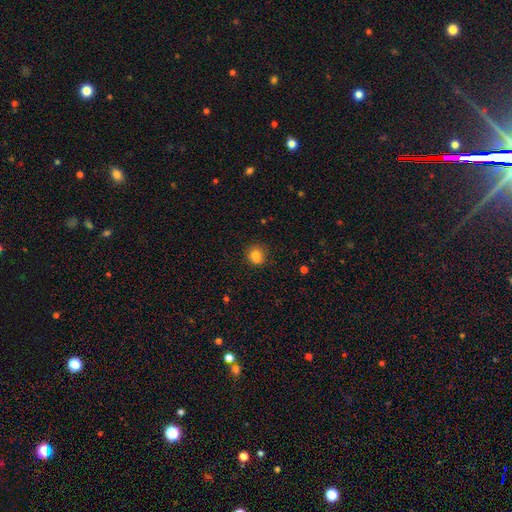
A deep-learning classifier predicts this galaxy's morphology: This appears to be a smooth galaxy with no disk features (80%) that is round (72%). Merging: none (63%).